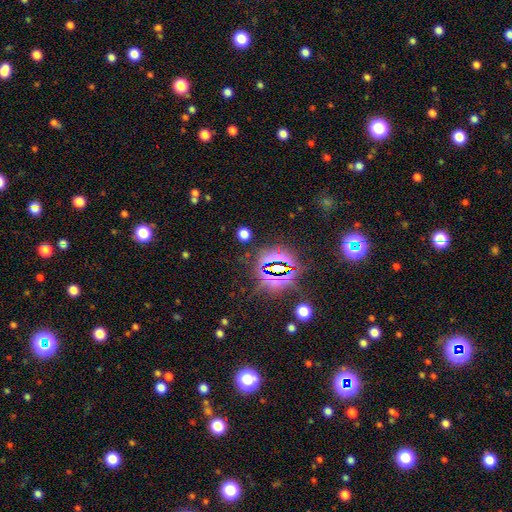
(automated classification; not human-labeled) This appears to be a star or artifact, not a galaxy (79%).